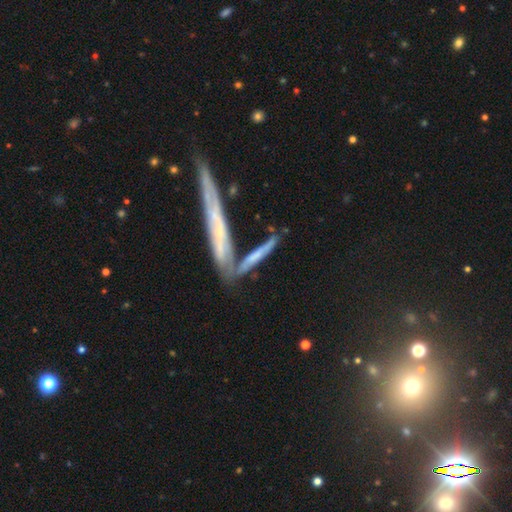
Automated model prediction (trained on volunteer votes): Smooth or featured? Predicted: featured or disk (p=0.48). Merging? Predicted: none (p=0.48).